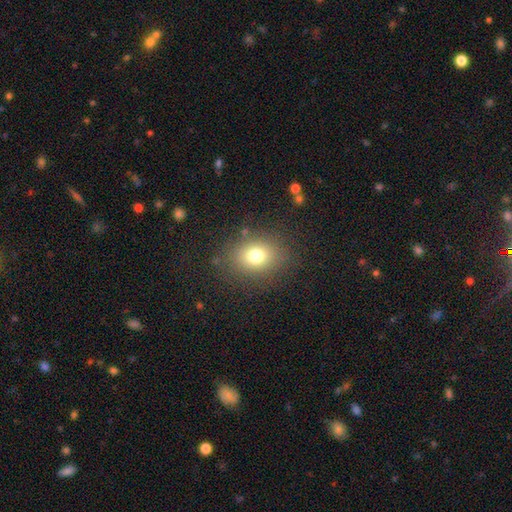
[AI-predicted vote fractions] Smooth or featured? Predicted: smooth (p=0.76). How rounded? Predicted: round (p=0.51). Merging? Predicted: none (p=0.83).